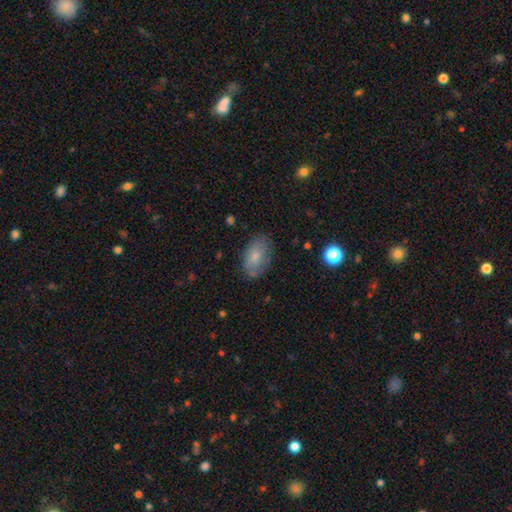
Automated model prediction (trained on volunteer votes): This appears to be a smooth galaxy with no disk features (59%) that is in between round and cigar-shaped (90%). Merging: none (76%).